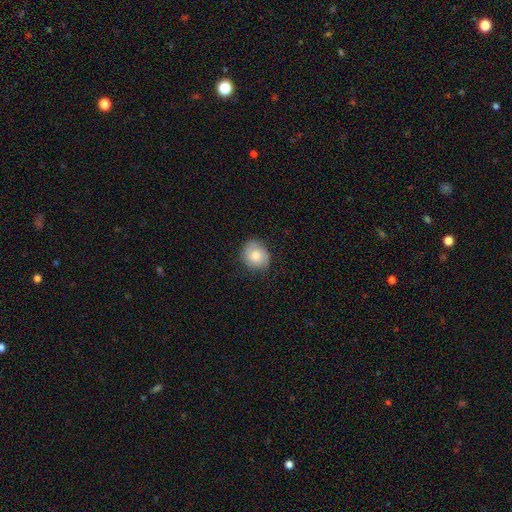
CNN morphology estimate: Overall: smooth (73%). How rounded: round (71%). Merging: none (79%).